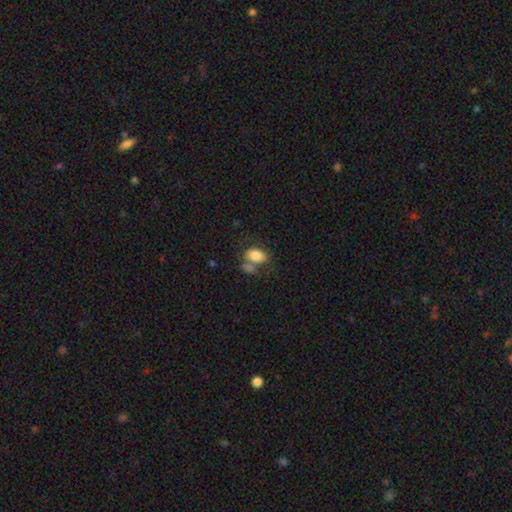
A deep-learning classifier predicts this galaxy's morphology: This appears to be a smooth galaxy with no disk features (80%) that is in between round and cigar-shaped (87%). Merging: none (42%).